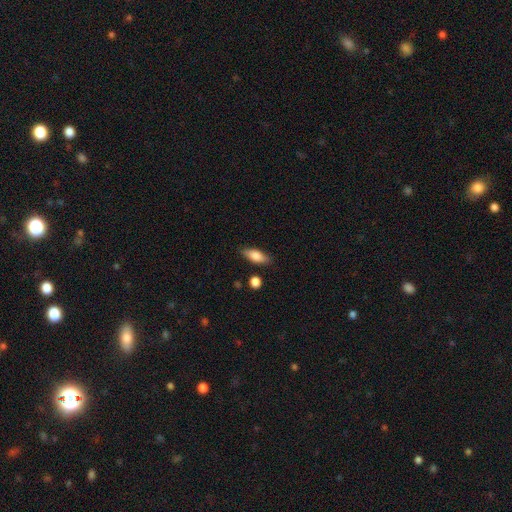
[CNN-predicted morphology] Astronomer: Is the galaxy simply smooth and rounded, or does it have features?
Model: smooth — 78%.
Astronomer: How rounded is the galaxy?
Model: in between — 73%.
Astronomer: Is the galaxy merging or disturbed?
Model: none — 83%.